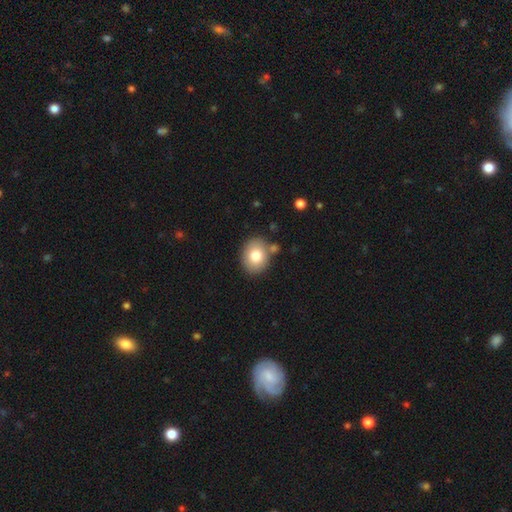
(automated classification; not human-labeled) smooth 78%, featured or disk 13%, star or artifact 9%. Down the decision tree: how rounded — round (53%); merging — none (77%).